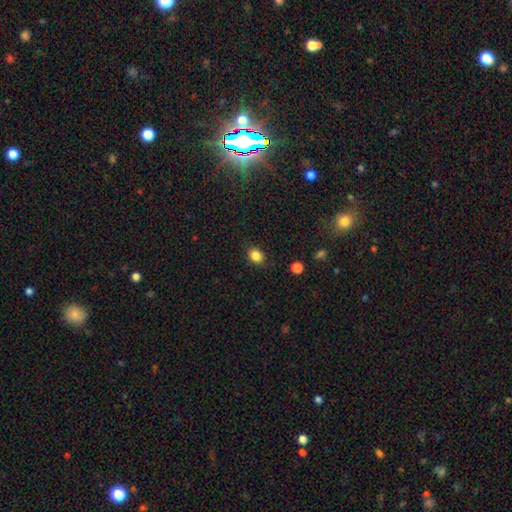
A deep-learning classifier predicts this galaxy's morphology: Smooth or featured?
  - smooth: 85% *
  - star or artifact: 11%
  - featured or disk: 5%
How rounded?
  - round: 51% *
  - in between: 48%
  - cigar-shaped: 1%
Merging?
  - none: 84% *
  - minor disturbance: 12%
  - major disturbance: 3%
  - merger: 1%